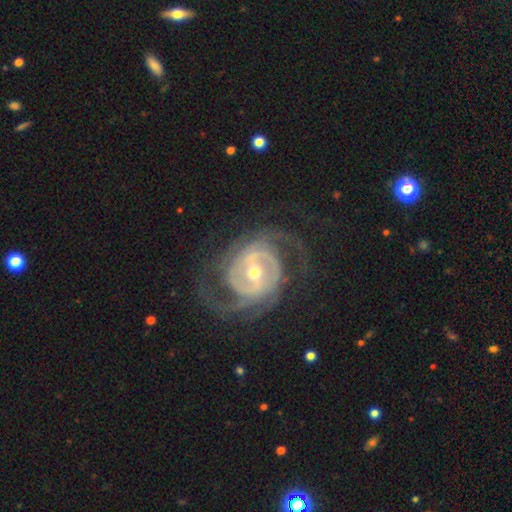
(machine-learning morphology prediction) Smooth or featured? featured or disk (90%)
Edge-on disk? no (97%)
Bar? weak (42%)
Spiral arms? yes (96%)
Spiral winding? tight (45%)
Spiral arm count? 2 (51%)
Bulge size? moderate (49%)
Merging? none (70%)